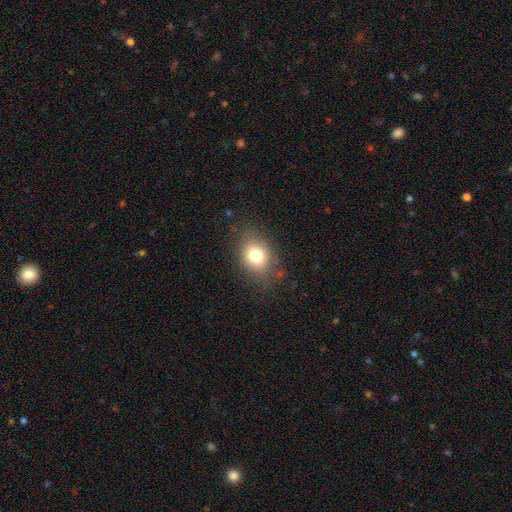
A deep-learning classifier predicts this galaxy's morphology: This appears to be a smooth galaxy with no disk features (76%) that is in between round and cigar-shaped (62%). Merging: none (76%).